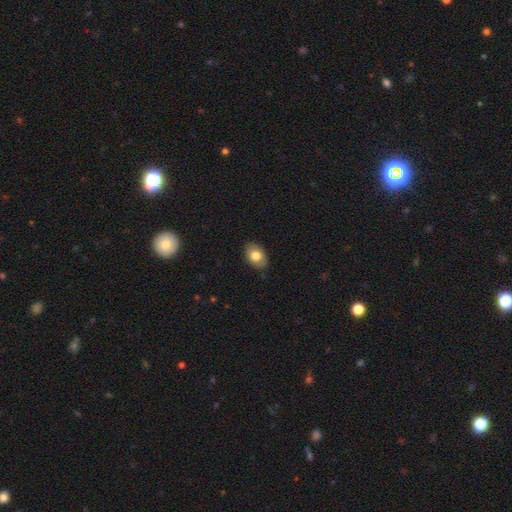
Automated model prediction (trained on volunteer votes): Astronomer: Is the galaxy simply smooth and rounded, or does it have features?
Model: smooth — 78%.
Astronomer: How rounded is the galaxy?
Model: in between — 83%.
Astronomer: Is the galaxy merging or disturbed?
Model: none — 87%.